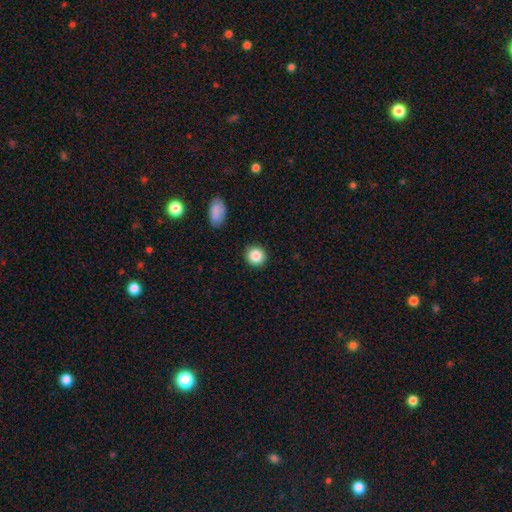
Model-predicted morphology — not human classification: type=smooth (86%); roundness=round (89%); merging=none (90%).